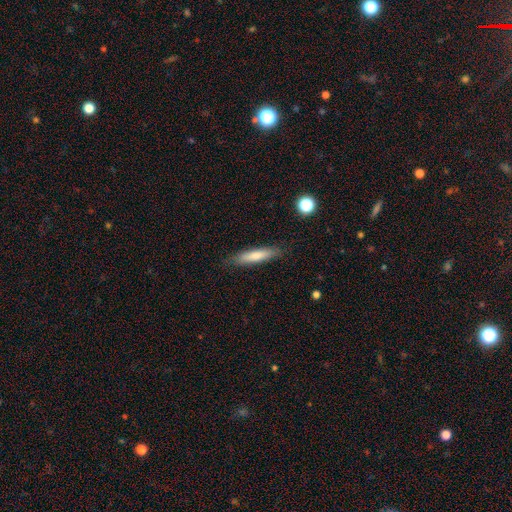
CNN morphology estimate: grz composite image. It shows a smooth galaxy with no disk features (74%) that is cigar-shaped (83%). Merging: none (84%).